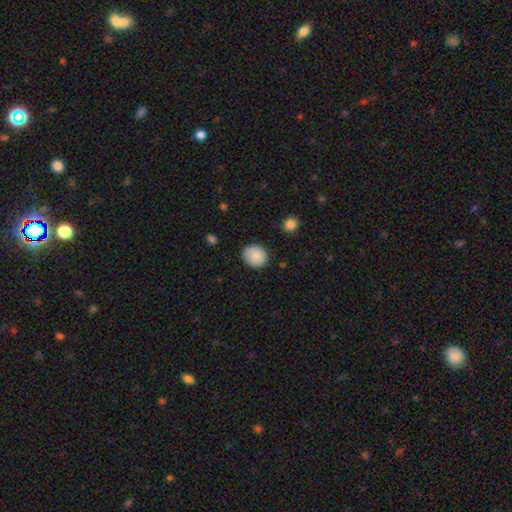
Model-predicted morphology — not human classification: type=smooth (78%); roundness=round (79%); merging=none (84%).